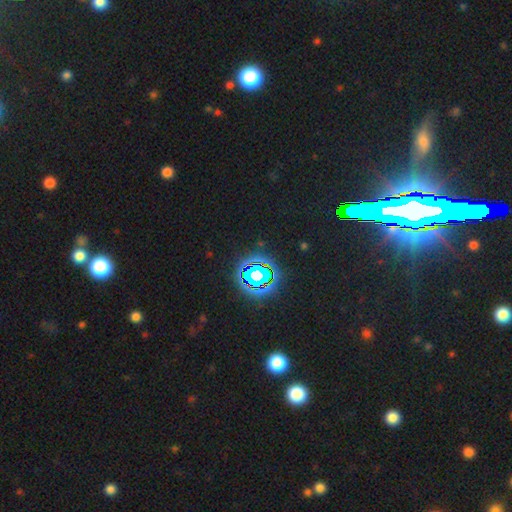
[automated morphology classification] The model was most divided on "smooth or featured": star or artifact: 81%, featured or disk: 9%, smooth: 9%.